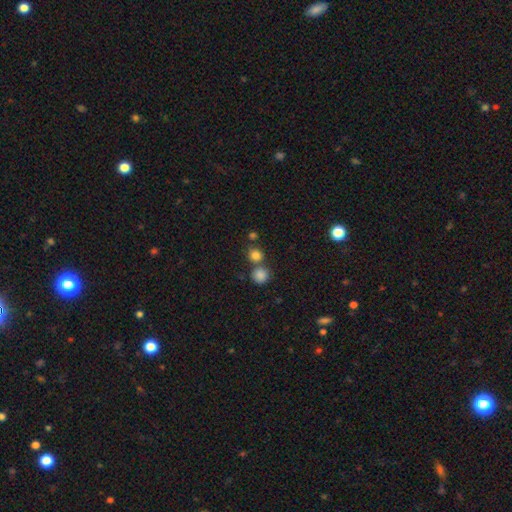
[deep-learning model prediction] The model was most divided on "merging": none: 65%, merger: 25%, minor disturbance: 7%, major disturbance: 3%. More confident: how rounded — round (89%); smooth or featured — smooth (81%).